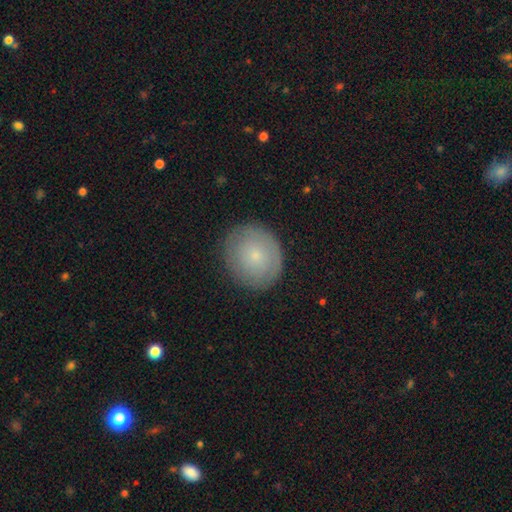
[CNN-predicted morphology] Smooth or featured? Predicted: smooth (p=0.67). How rounded? Predicted: round (p=0.80). Merging? Predicted: none (p=0.85).